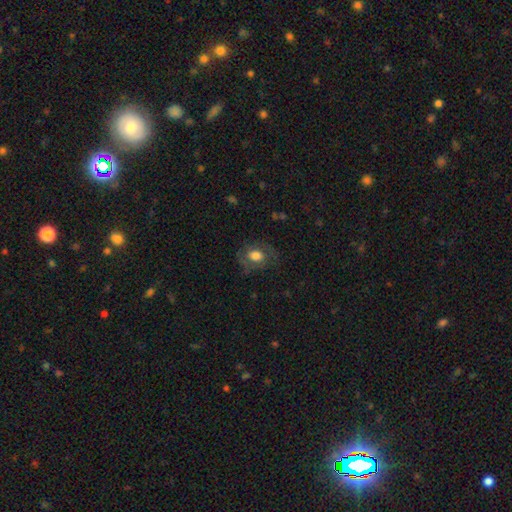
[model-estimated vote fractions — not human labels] Q: Smooth or featured?
A: smooth (58%); runner-up: featured or disk (34%)
Q: How rounded?
A: in between (60%); runner-up: round (39%)
Q: Merging?
A: none (68%); runner-up: minor disturbance (19%)